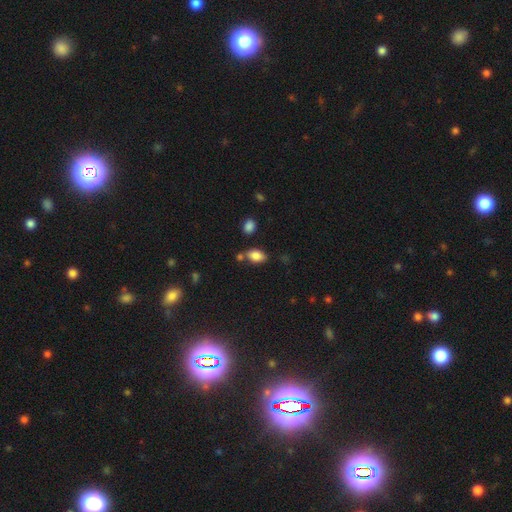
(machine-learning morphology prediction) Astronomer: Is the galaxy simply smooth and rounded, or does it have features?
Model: smooth — 85%.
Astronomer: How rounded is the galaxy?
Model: in between — 89%.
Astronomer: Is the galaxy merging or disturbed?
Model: none — 66%.